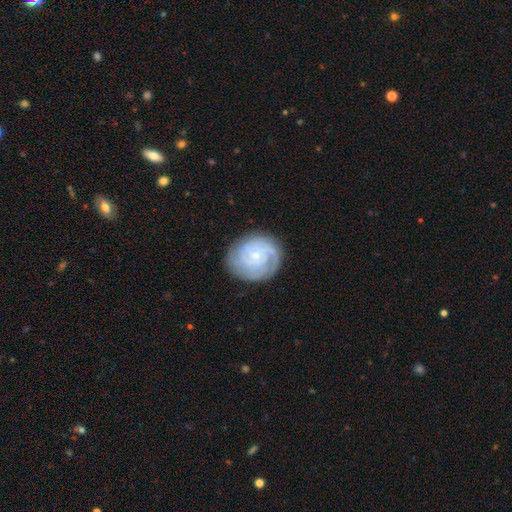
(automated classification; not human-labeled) Overall: featured or disk (78%). Edge-on disk: no (98%). Bar: no (76%). Spiral arms: yes (95%). Spiral arm count: can't tell (32%; 3 23%). Spiral winding: tight (75%). Bulge size: small (84%). Merging: none (81%).